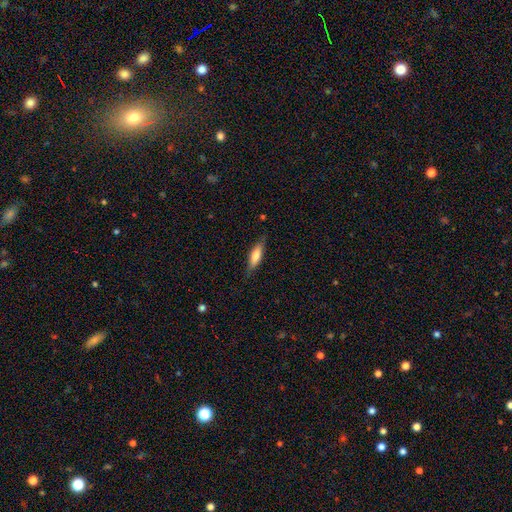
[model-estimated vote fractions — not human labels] Smooth or featured? Predicted: smooth (p=0.65). How rounded? Predicted: cigar-shaped (p=0.61). Merging? Predicted: none (p=0.80).